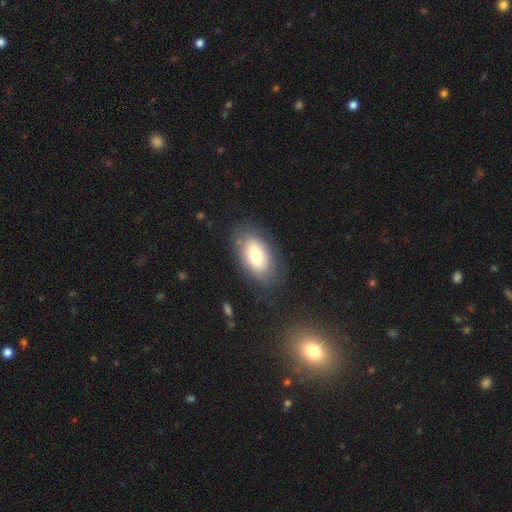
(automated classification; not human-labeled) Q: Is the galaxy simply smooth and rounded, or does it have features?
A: smooth — 73%.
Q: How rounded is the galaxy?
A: in between — 94%.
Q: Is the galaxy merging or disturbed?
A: none — 74%.